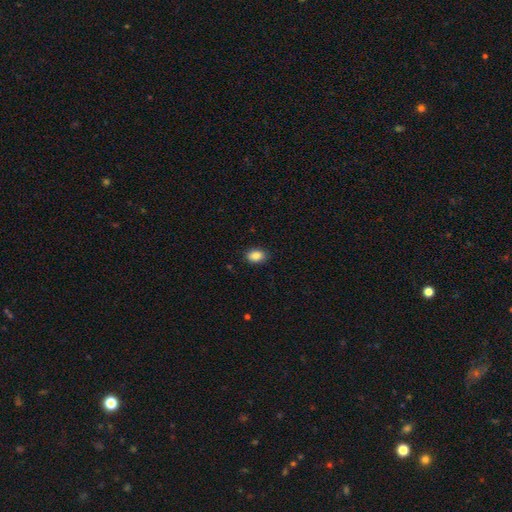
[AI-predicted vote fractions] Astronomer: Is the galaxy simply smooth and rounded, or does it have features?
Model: smooth — 88%.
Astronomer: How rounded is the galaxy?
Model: in between — 78%.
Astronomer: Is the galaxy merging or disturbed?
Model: none — 88%.